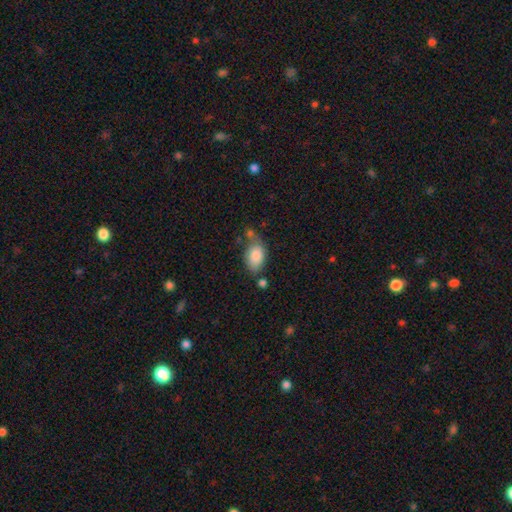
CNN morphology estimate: This is clearly a smooth galaxy (86%). How rounded: clearly in between (90%). Merging: possibly none (53%).